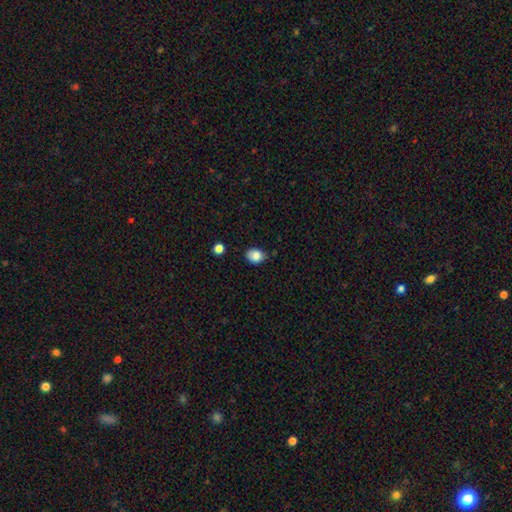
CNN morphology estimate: Overall: smooth (86%). How rounded: in between (54%; round 45%). Merging: none (74%).